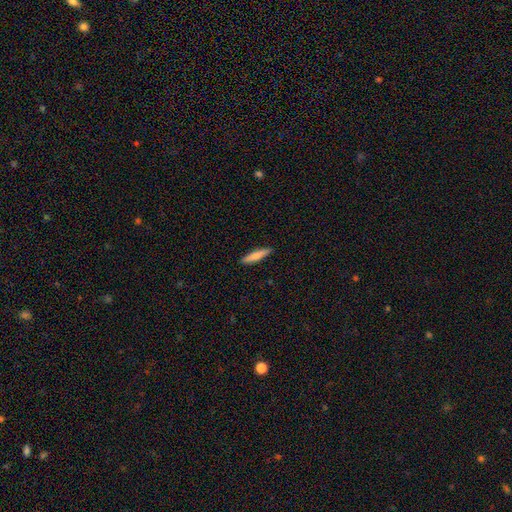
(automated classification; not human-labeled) smooth_or_featured: smooth (p=0.76) [alt: featured or disk p=0.18]
how_rounded: cigar-shaped (p=0.87) [alt: in between p=0.12]
merging: none (p=0.90) [alt: minor disturbance p=0.07]